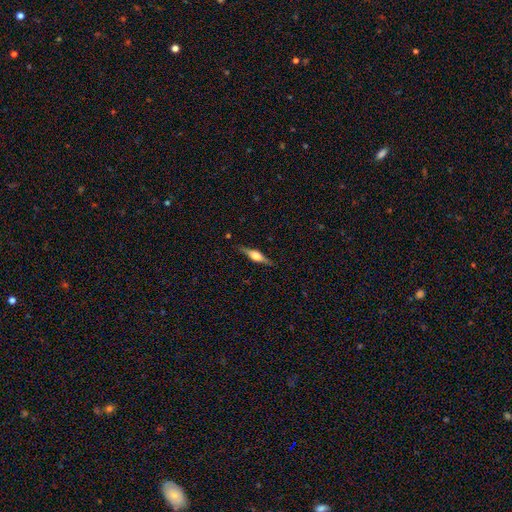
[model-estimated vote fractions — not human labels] Morphology: type=featured or disk (64%); edge-on=yes (96%); edge-on bulge=rounded (86%); merging=none (84%).